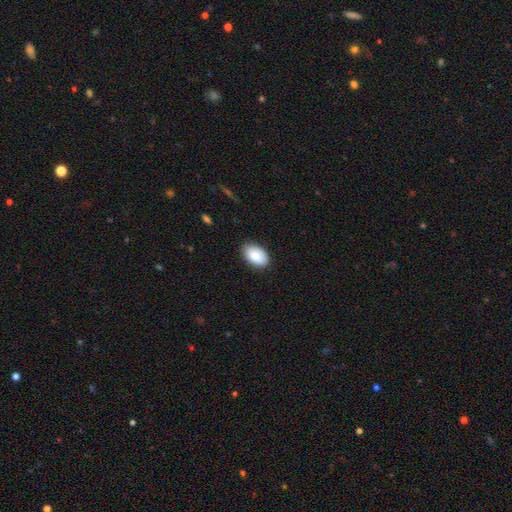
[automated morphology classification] smooth 88%, star or artifact 6%, featured or disk 6%. Down the decision tree: how rounded — in between (93%); merging — none (86%).